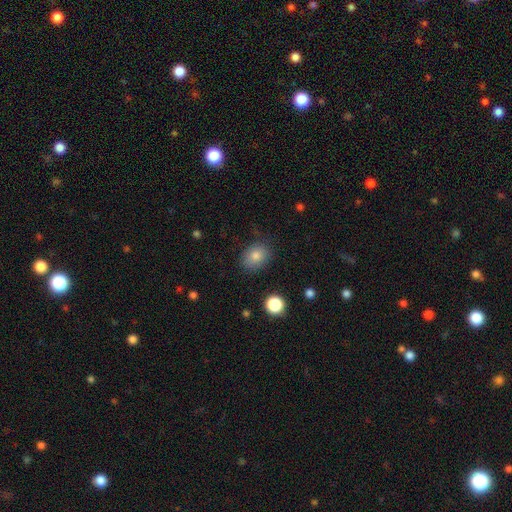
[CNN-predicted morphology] Overall: smooth (81%). How rounded: in between (59%; round 40%). Merging: none (82%).